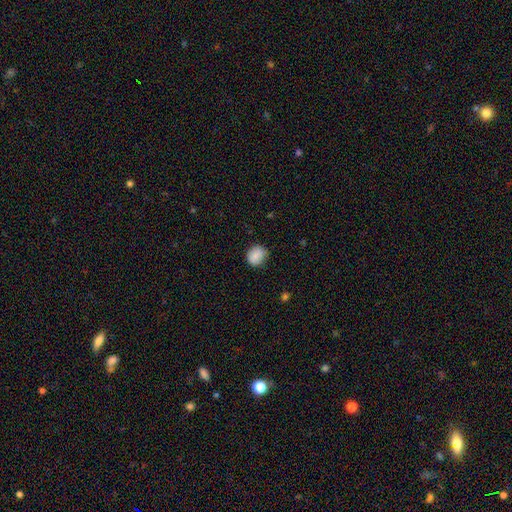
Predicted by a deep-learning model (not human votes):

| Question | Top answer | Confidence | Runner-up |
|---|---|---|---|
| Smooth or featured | smooth | 84% | star or artifact (8%) |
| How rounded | round | 70% | in between (29%) |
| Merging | none | 76% | minor disturbance (19%) |